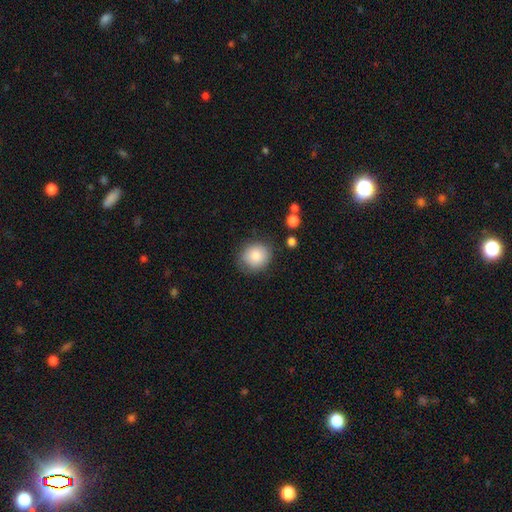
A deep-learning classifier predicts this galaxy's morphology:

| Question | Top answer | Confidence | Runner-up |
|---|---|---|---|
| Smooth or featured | smooth | 84% | featured or disk (8%) |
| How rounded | round | 74% | in between (25%) |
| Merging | none | 78% | minor disturbance (15%) |